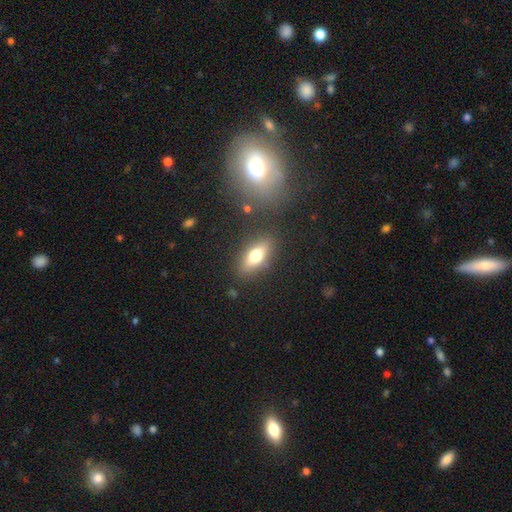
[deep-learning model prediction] Smooth or featured?
  - smooth: 67% *
  - featured or disk: 24%
  - star or artifact: 9%
How rounded?
  - in between: 74% *
  - cigar-shaped: 20%
  - round: 6%
Merging?
  - none: 83% *
  - minor disturbance: 10%
  - major disturbance: 3%
  - merger: 3%